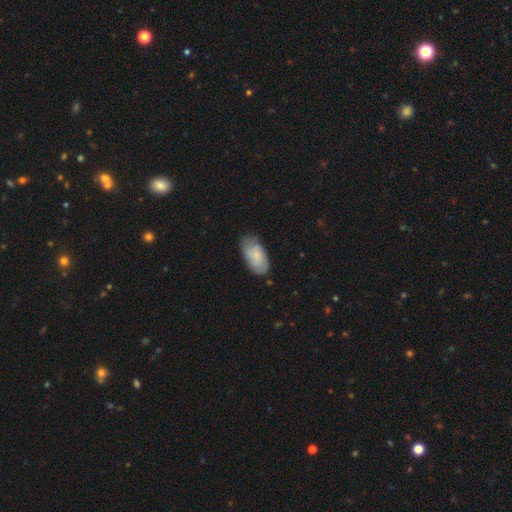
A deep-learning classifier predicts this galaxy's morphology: Smooth or featured? smooth (68%)
How rounded? in between (94%)
Merging? none (68%)